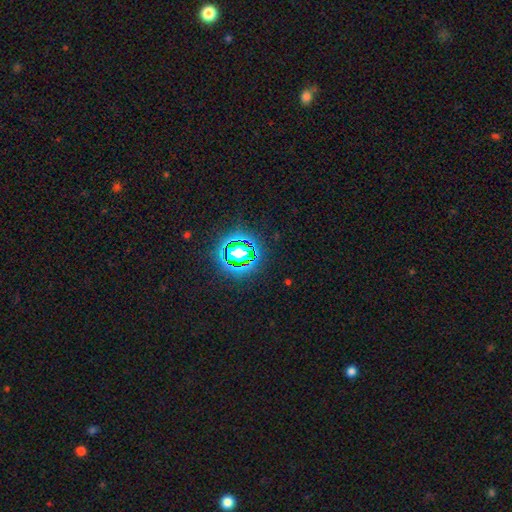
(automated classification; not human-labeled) The model was most divided on "smooth or featured": star or artifact: 77%, smooth: 15%, featured or disk: 8%.